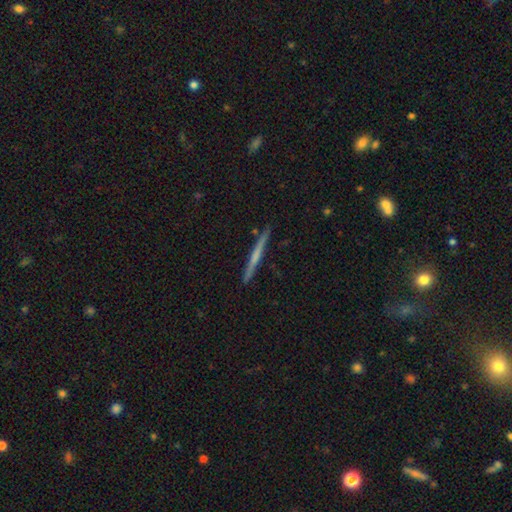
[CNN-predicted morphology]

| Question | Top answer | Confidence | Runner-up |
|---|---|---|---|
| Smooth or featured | featured or disk | 55% | smooth (39%) |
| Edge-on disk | yes | 98% | no (2%) |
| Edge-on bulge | none | 68% | rounded (24%) |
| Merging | none | 90% | minor disturbance (7%) |